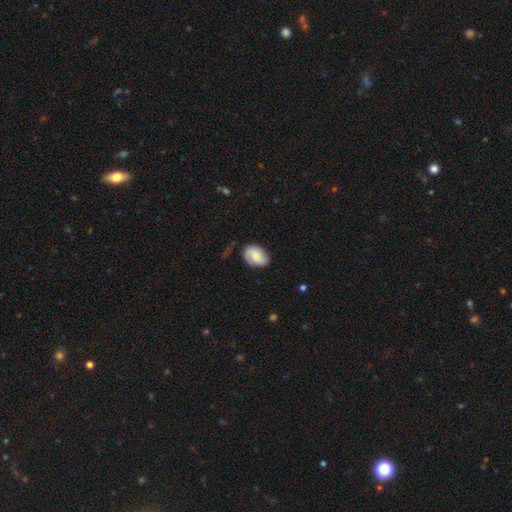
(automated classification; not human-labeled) Smooth or featured? smooth (62%)
How rounded? in between (80%)
Merging? none (70%)